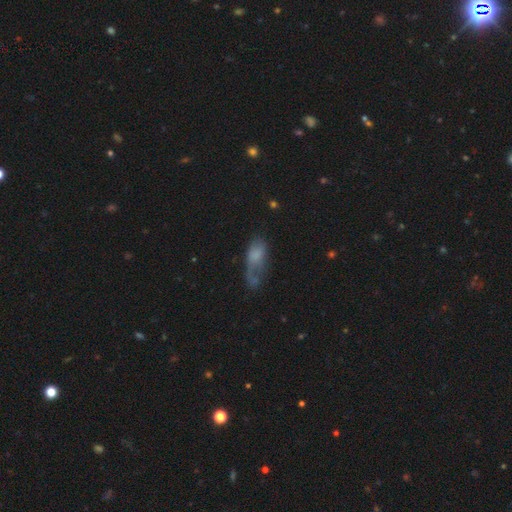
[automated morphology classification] Smooth or featured? Predicted: smooth (p=0.60). How rounded? Predicted: in between (p=0.84). Merging? Predicted: major disturbance (p=0.39).